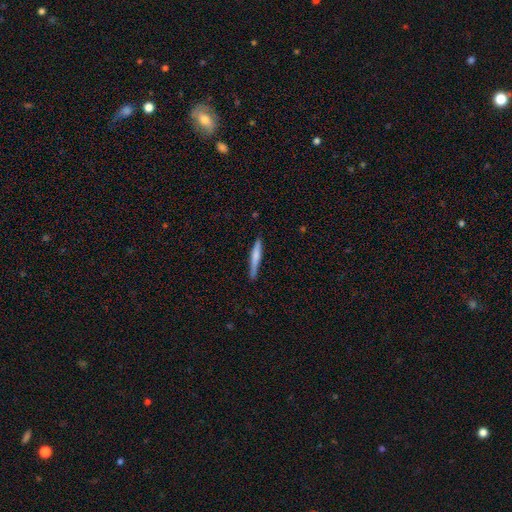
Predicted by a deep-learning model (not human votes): This appears to be a smooth galaxy with no disk features (58%) that is cigar-shaped (94%). Merging: none (86%).